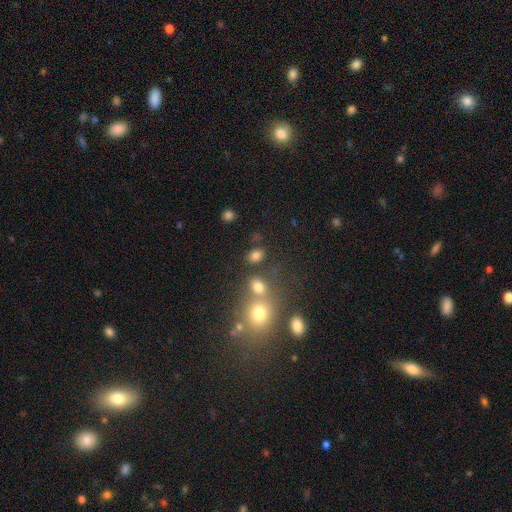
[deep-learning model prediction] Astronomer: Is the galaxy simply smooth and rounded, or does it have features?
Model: smooth — 78%.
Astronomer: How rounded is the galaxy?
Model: in between — 69%.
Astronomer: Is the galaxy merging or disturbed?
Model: none — 65%.